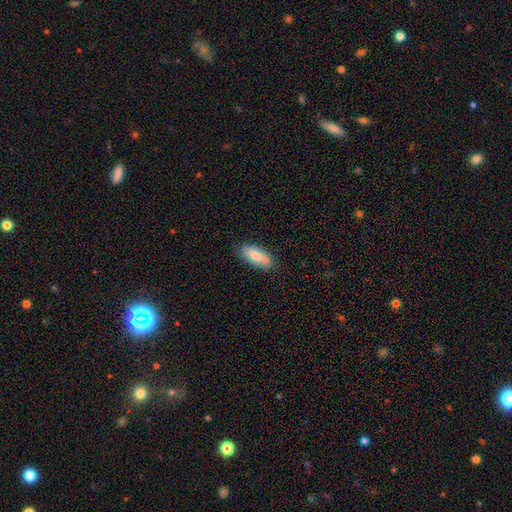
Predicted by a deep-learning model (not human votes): smooth-or-featured: smooth: 78% | featured or disk: 16% | star or artifact: 6%
  how-rounded: in between: 77% | cigar-shaped: 21% | round: 2%
  merging: none: 77% | minor disturbance: 17% | merger: 3% | major disturbance: 3%